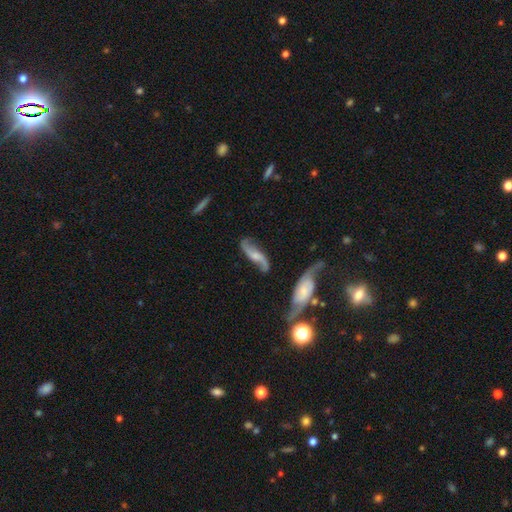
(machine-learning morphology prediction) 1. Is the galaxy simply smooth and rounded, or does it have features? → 79% featured or disk, 16% smooth, 6% star or artifact.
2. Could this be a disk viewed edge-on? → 88% no, 12% yes.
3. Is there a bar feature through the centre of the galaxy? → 48% no, 39% weak, 13% strong.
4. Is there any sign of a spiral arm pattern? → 95% yes, 5% no.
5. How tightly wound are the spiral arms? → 79% loose, 16% medium, 5% tight.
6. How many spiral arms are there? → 92% 2, 3% can't tell, 2% 1, 1% 3, 1% 4, 1% more than 4.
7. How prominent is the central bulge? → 38% small, 35% moderate, 20% none, 5% large, 2% dominant.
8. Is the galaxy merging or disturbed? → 68% none, 19% minor disturbance, 8% major disturbance, 5% merger.